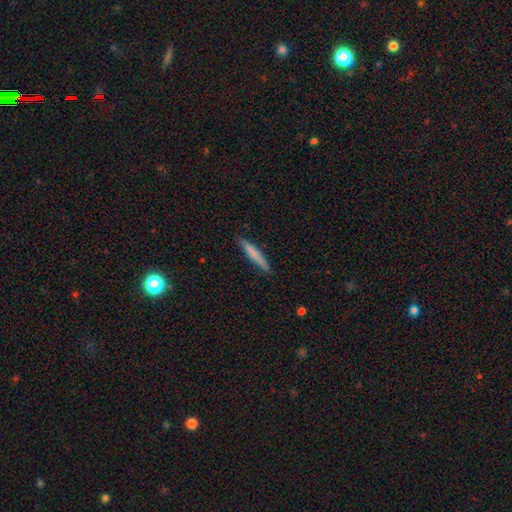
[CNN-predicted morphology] Smooth or featured: smooth — 73% (featured or disk — 21%)
How rounded: cigar-shaped — 93% (in between — 5%)
Merging: none — 86% (minor disturbance — 11%)